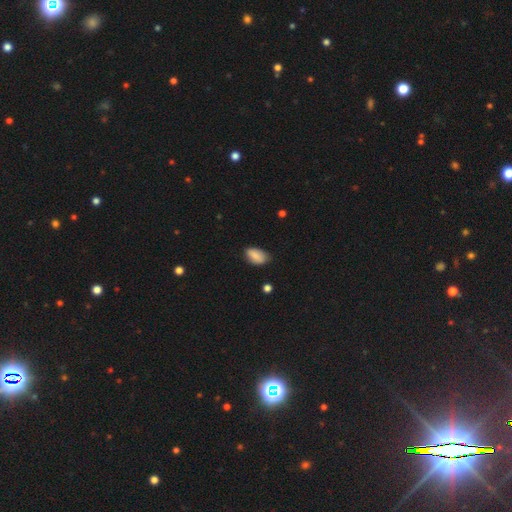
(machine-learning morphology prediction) Smooth or featured?
  - smooth: 83% *
  - featured or disk: 9%
  - star or artifact: 7%
How rounded?
  - in between: 92% *
  - round: 6%
  - cigar-shaped: 2%
Merging?
  - none: 70% *
  - minor disturbance: 24%
  - major disturbance: 4%
  - merger: 1%